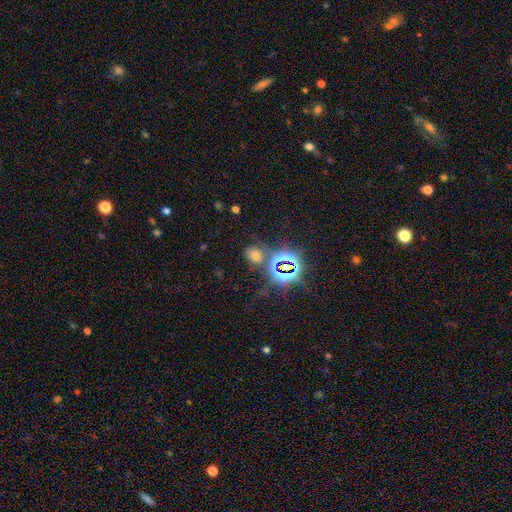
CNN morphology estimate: A smooth galaxy with no disk features (48%). Merging: none (74%).